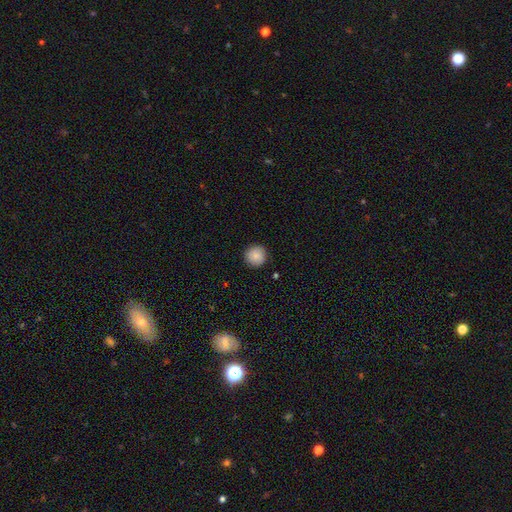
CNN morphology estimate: Smooth or featured? smooth (87%)
How rounded? round (96%)
Merging? none (91%)